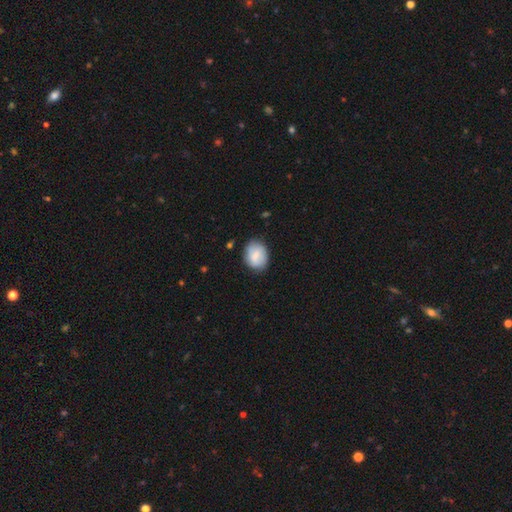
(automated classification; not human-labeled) Smooth or featured? smooth (67%)
How rounded? in between (61%)
Merging? none (76%)